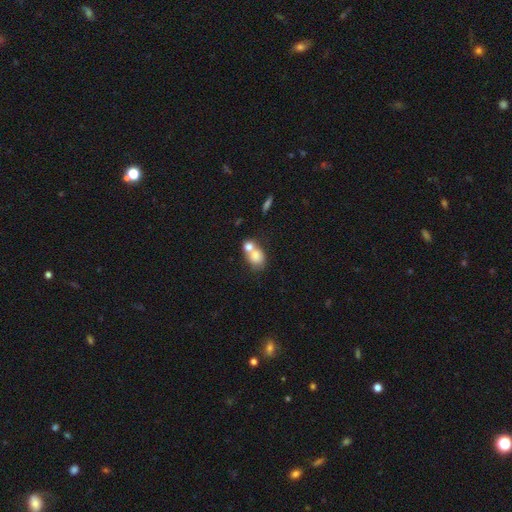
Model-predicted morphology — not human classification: The model was most divided on "how rounded": in between: 50%, round: 49%, cigar-shaped: 2%. More confident: smooth or featured — smooth (76%); merging — merger (63%).